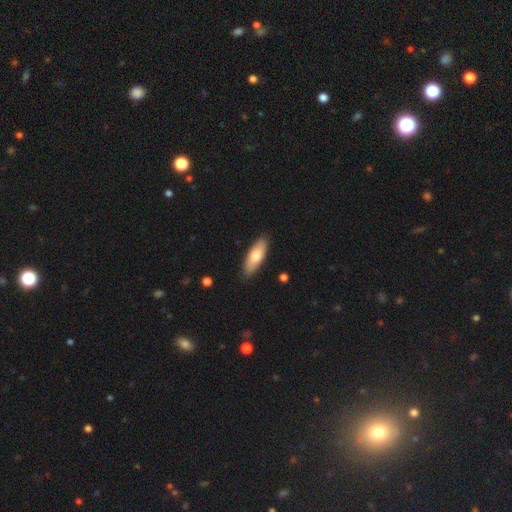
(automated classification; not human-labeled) smooth 74%, featured or disk 20%, star or artifact 6%. Down the decision tree: how rounded — in between (65%); merging — none (87%).